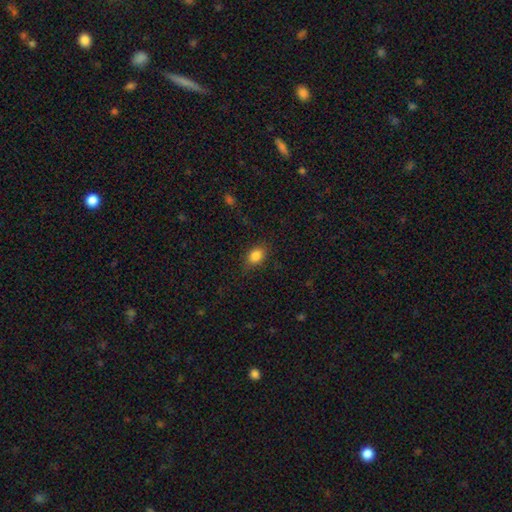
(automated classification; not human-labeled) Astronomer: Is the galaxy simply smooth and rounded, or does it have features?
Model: smooth — 84%.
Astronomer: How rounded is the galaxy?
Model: in between — 69%.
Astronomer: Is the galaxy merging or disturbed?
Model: none — 79%.